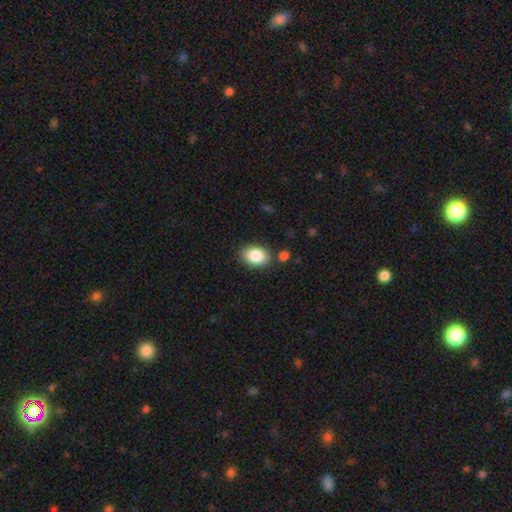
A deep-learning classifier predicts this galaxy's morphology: This appears to be a smooth galaxy with no disk features (87%) that is in between round and cigar-shaped (82%). Merging: none (81%).